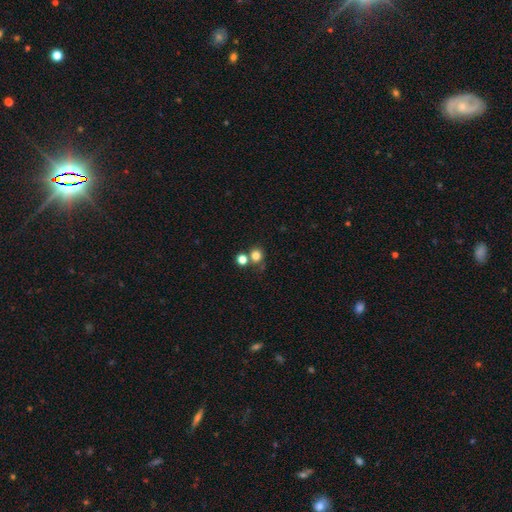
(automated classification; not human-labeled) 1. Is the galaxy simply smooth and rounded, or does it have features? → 78% smooth, 14% star or artifact, 7% featured or disk.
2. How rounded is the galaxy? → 85% round, 14% in between, 1% cigar-shaped.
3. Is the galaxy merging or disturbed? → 61% none, 26% merger, 9% minor disturbance, 4% major disturbance.